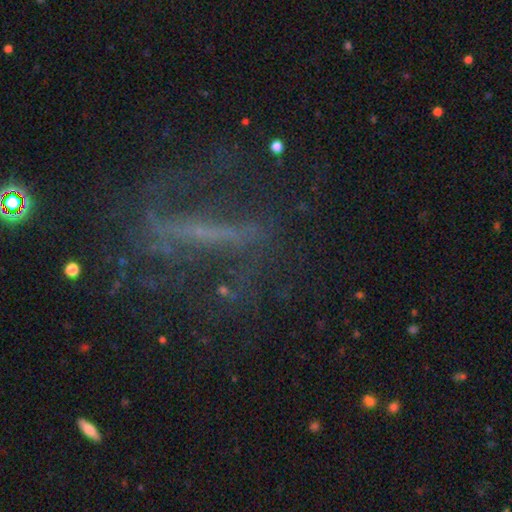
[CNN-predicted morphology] Smooth or featured? Predicted: featured or disk (p=0.65). Edge-on disk? Predicted: no (p=0.56). Merging? Predicted: none (p=0.58).